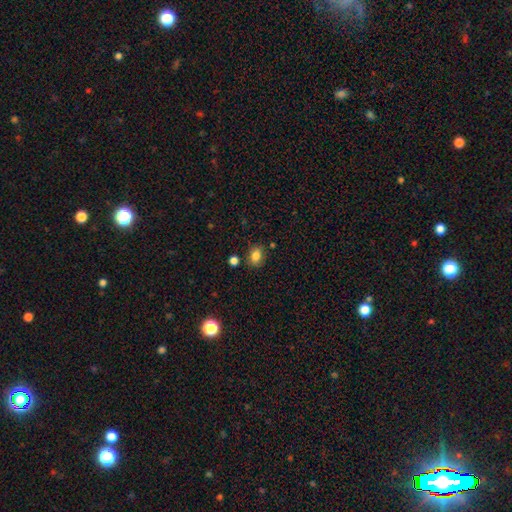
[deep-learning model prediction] smooth 83%, star or artifact 11%, featured or disk 6%. Down the decision tree: how rounded — in between (66%); merging — none (79%).